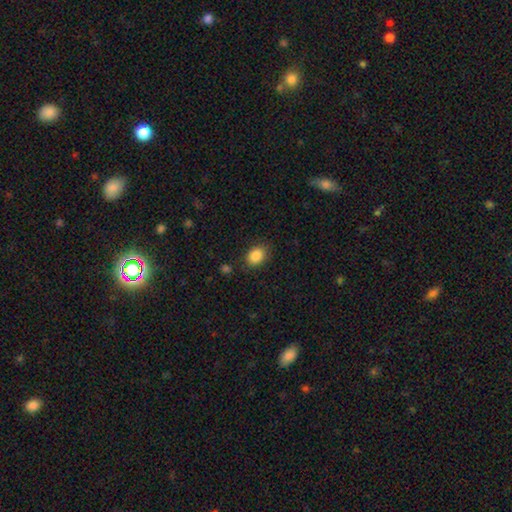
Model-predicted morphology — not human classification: type=smooth (87%); roundness=in between (70%); merging=none (82%).